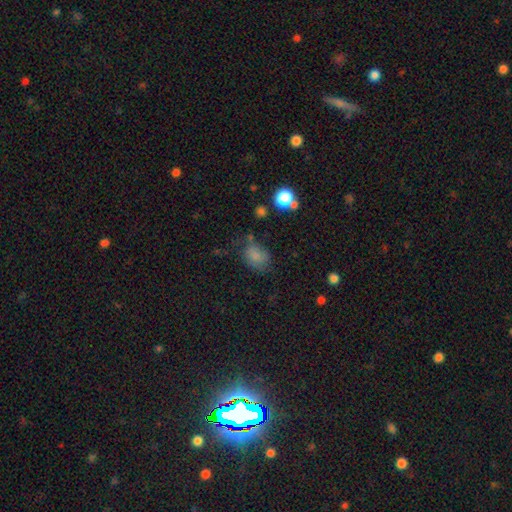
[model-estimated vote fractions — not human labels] Smooth or featured?
  - smooth: 76% *
  - star or artifact: 13%
  - featured or disk: 10%
How rounded?
  - in between: 57% *
  - round: 41%
  - cigar-shaped: 1%
Merging?
  - none: 52% *
  - minor disturbance: 27%
  - major disturbance: 15%
  - merger: 6%